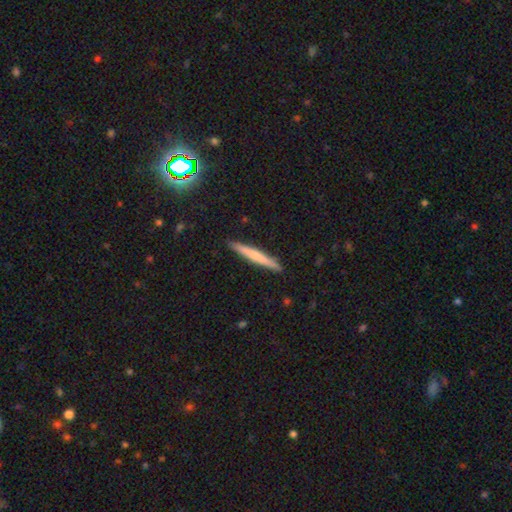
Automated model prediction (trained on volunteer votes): A smooth galaxy with no disk features (58%) that is cigar-shaped (96%). Merging: none (92%).